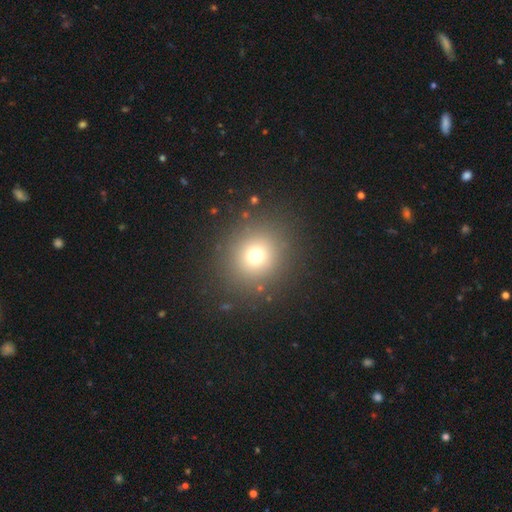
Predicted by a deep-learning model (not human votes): A smooth galaxy with no disk features (71%) that is round (89%).

Vote fractions:
- Smooth or featured? smooth: 71% / star or artifact: 19% / featured or disk: 10%
- How rounded? round: 89% / in between: 10% / cigar-shaped: 1%
- Merging? none: 87% / minor disturbance: 7% / major disturbance: 4% / merger: 2%